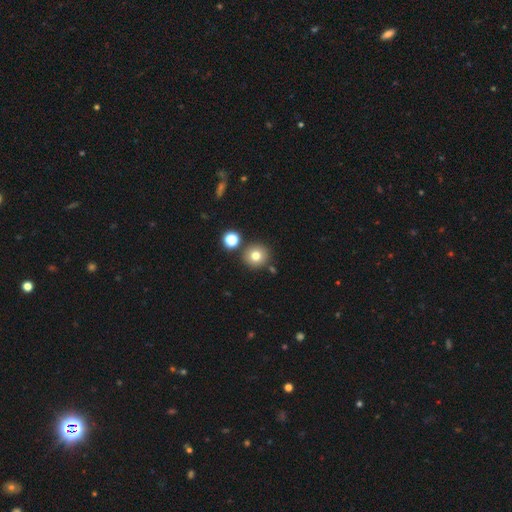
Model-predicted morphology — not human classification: Q: Smooth or featured?
A: smooth (76%); runner-up: star or artifact (14%)
Q: How rounded?
A: round (92%); runner-up: in between (7%)
Q: Merging?
A: none (82%); runner-up: merger (8%)